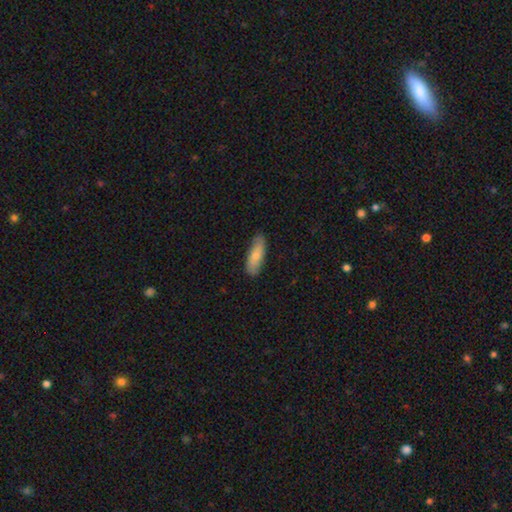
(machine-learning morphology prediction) Overall: smooth (73%). How rounded: in between (63%; cigar-shaped 35%). Merging: none (81%).